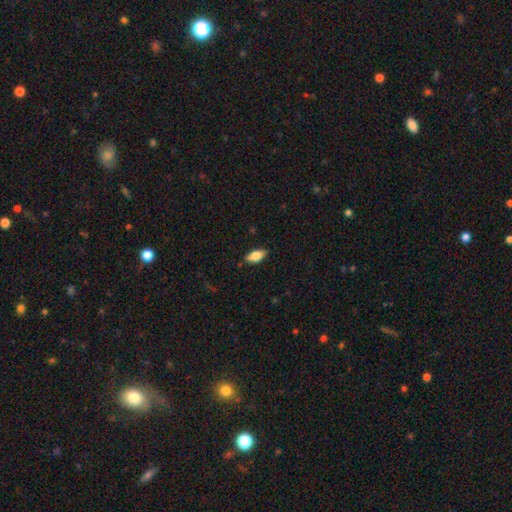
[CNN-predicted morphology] Overall: smooth (75%). How rounded: in between (86%). Merging: none (85%).